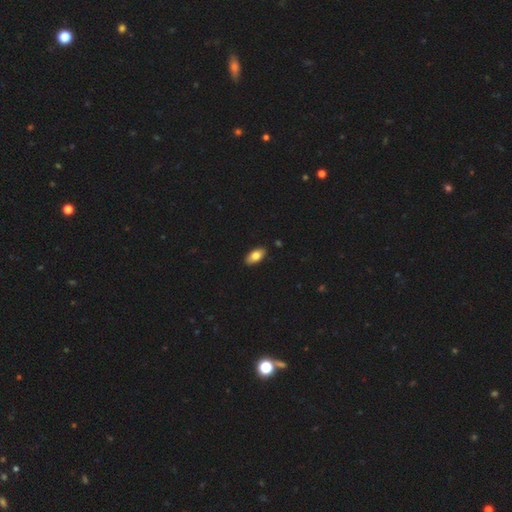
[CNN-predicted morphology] This is likely a smooth galaxy (80%). How rounded: clearly in between (92%). Merging: clearly none (89%).